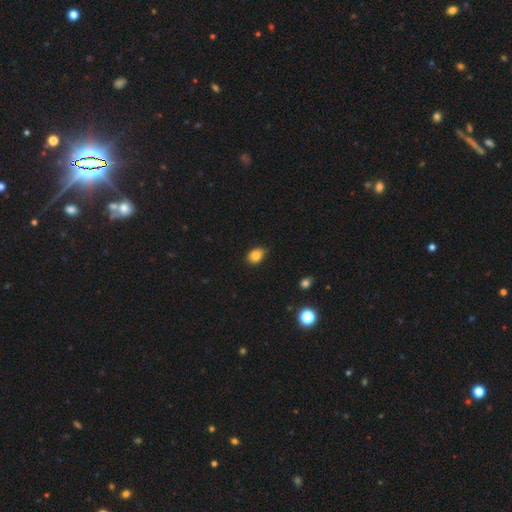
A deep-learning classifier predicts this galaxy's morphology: smooth-or-featured: smooth: 84% | star or artifact: 10% | featured or disk: 6%
  how-rounded: in between: 72% | round: 27% | cigar-shaped: 1%
  merging: none: 79% | minor disturbance: 17% | major disturbance: 2% | merger: 1%